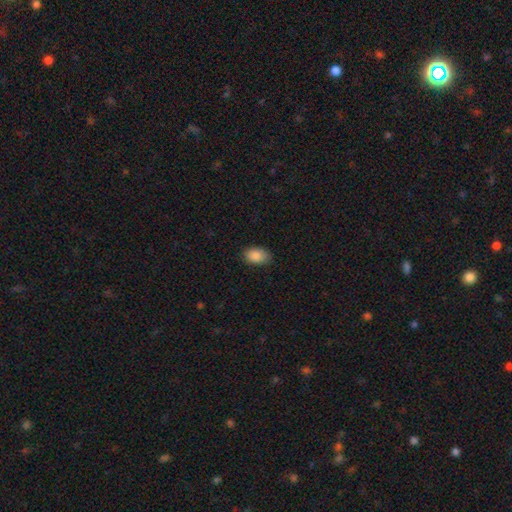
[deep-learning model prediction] Smooth or featured? Predicted: smooth (p=0.88). How rounded? Predicted: in between (p=0.90). Merging? Predicted: none (p=0.84).